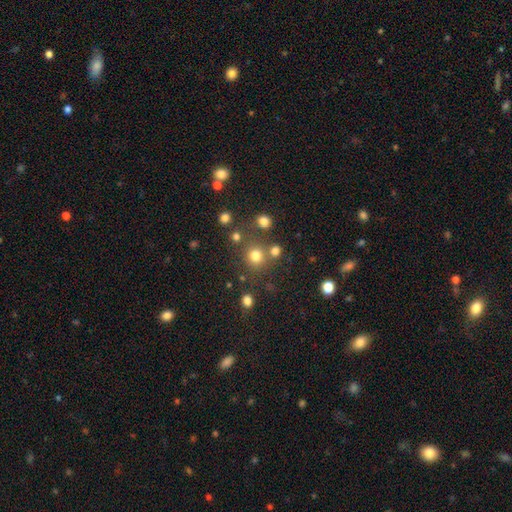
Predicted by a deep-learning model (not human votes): Overall: smooth (76%). How rounded: round (91%). Merging: none (74%).